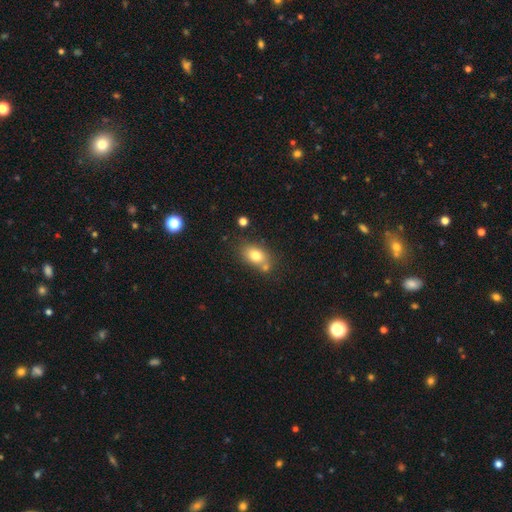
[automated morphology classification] Overall: smooth (78%). How rounded: in between (80%). Merging: none (65%).